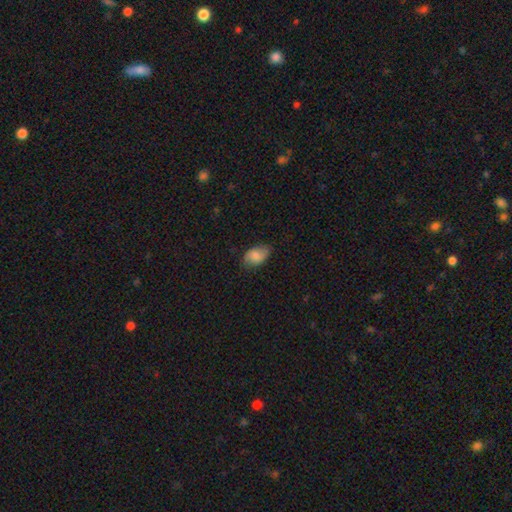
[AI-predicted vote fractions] A smooth galaxy with no disk features (73%) that is in between round and cigar-shaped (88%). Merging: none (73%).